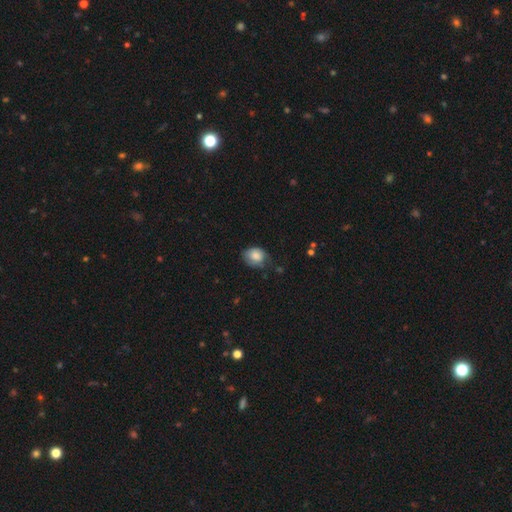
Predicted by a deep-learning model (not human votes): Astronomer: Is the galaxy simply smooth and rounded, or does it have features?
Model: smooth — 79%.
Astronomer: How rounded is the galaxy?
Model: in between — 50% (runner-up: round, 49%).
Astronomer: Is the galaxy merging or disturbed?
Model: none — 53% (runner-up: minor disturbance, 34%).